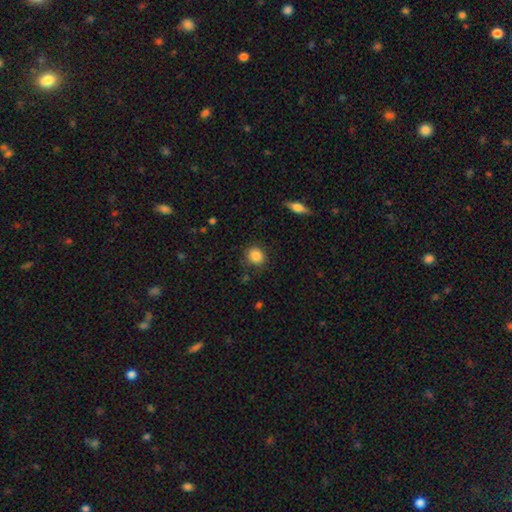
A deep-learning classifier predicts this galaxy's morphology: Smooth or featured?
  - smooth: 86% *
  - star or artifact: 9%
  - featured or disk: 5%
How rounded?
  - round: 82% *
  - in between: 17%
  - cigar-shaped: 1%
Merging?
  - none: 84% *
  - minor disturbance: 11%
  - major disturbance: 3%
  - merger: 2%